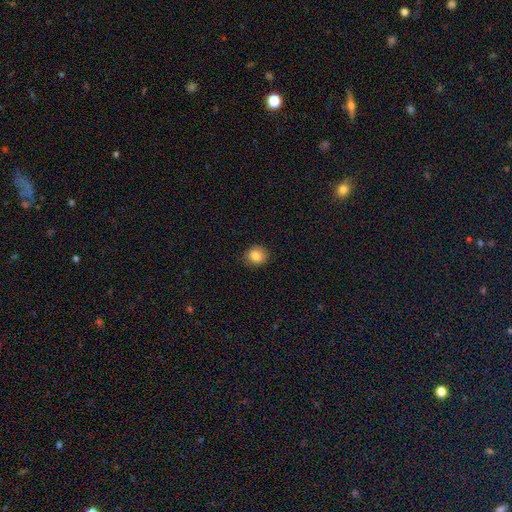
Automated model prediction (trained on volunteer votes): This is clearly a smooth galaxy (85%). How rounded: likely round (77%). Merging: clearly none (86%).